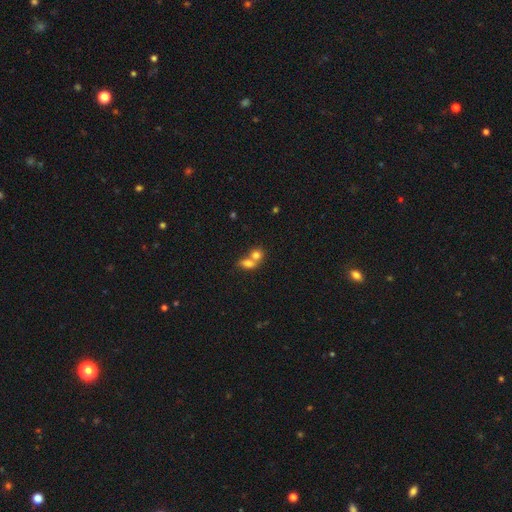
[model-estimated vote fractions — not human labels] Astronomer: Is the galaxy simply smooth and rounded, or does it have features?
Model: smooth — 76%.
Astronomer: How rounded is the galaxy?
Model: round — 54% (runner-up: in between, 43%).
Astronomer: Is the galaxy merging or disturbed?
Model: merger — 66%.